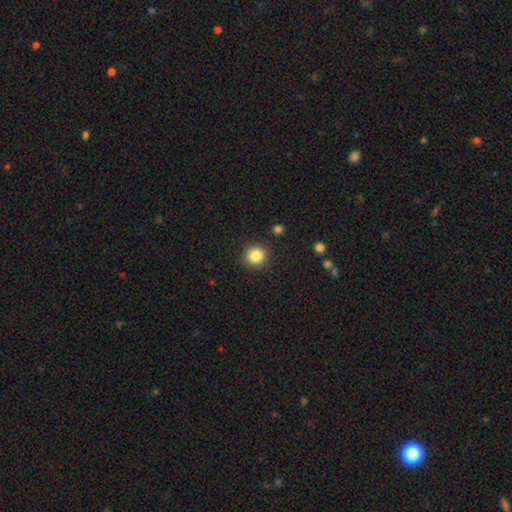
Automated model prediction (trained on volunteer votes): smooth_or_featured: smooth (p=0.84) [alt: star or artifact p=0.10]
how_rounded: round (p=0.93) [alt: in between p=0.06]
merging: none (p=0.91) [alt: minor disturbance p=0.06]